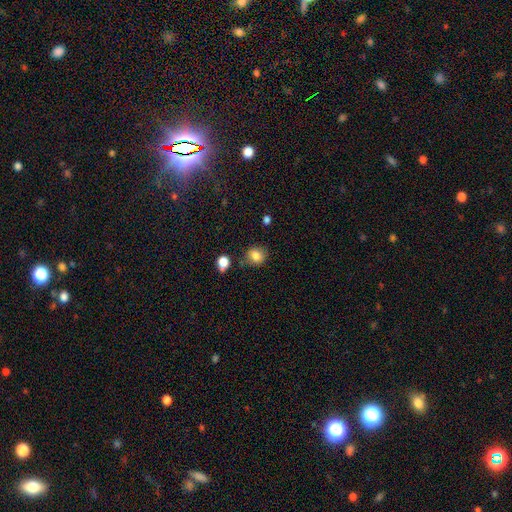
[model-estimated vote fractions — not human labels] Smooth or featured?
  - smooth: 80% *
  - star or artifact: 11%
  - featured or disk: 9%
How rounded?
  - round: 71% *
  - in between: 28%
  - cigar-shaped: 1%
Merging?
  - none: 77% *
  - minor disturbance: 15%
  - merger: 5%
  - major disturbance: 4%